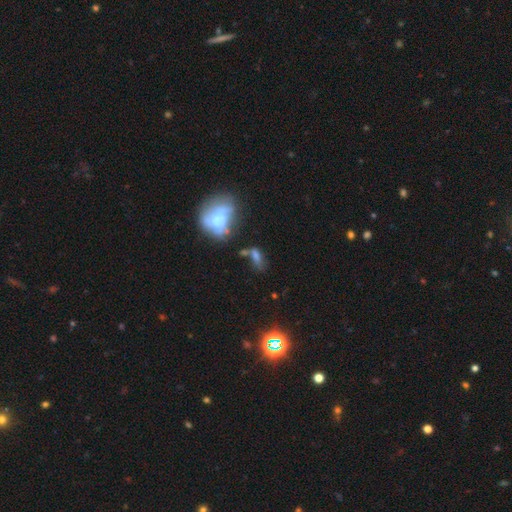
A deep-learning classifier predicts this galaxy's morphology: Smooth or featured? Predicted: smooth (p=0.53). How rounded? Predicted: in between (p=0.69). Merging? Predicted: none (p=0.36).